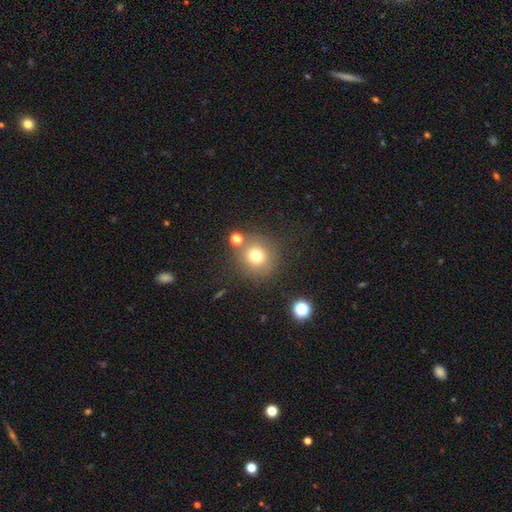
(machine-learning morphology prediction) The model was most divided on "smooth or featured": smooth: 73%, star or artifact: 16%, featured or disk: 11%. More confident: how rounded — round (91%); merging — none (76%).